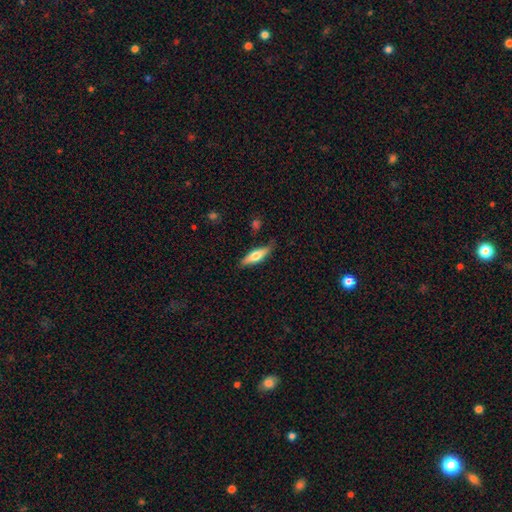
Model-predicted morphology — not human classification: Smooth or featured? smooth (56%)
How rounded? cigar-shaped (59%)
Merging? none (80%)